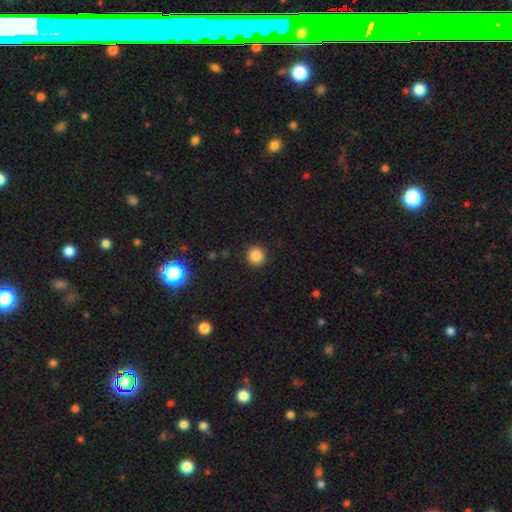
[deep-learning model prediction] smooth 85%, star or artifact 11%, featured or disk 4%. Down the decision tree: how rounded — round (94%); merging — none (91%).